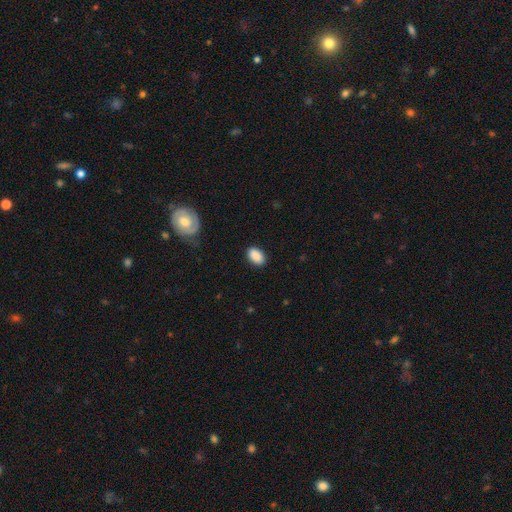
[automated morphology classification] smooth-or-featured: smooth: 89% | star or artifact: 7% | featured or disk: 4%
  how-rounded: in between: 90% | round: 8% | cigar-shaped: 1%
  merging: none: 87% | minor disturbance: 10% | major disturbance: 2% | merger: 1%